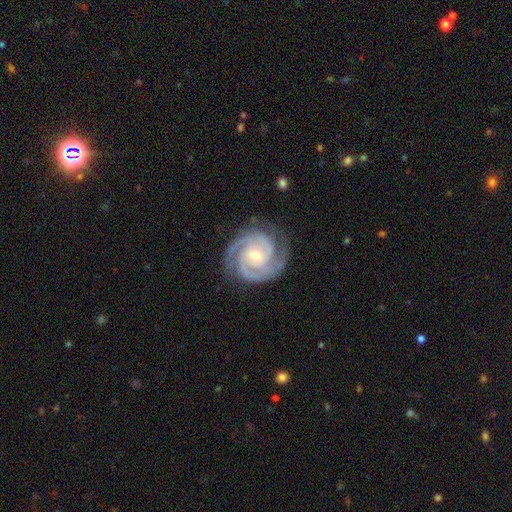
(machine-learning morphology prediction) smooth_or_featured: featured or disk (p=0.93) [alt: star or artifact p=0.04]
disk_edge_on: no (p=0.98) [alt: yes p=0.02]
bar: no (p=0.64) [alt: weak p=0.27]
has_spiral_arms: yes (p=0.99) [alt: no p=0.01]
spiral_winding: tight (p=0.72) [alt: medium p=0.25]
spiral_arm_count: 2 (p=0.48) [alt: 3 p=0.37]
bulge_size: small (p=0.53) [alt: moderate p=0.45]
merging: none (p=0.83) [alt: minor disturbance p=0.13]